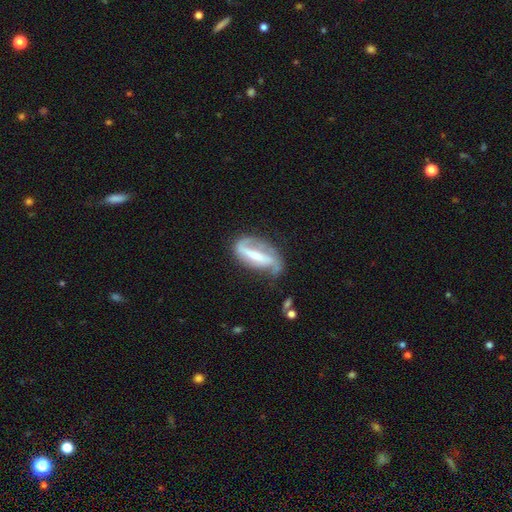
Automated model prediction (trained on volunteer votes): Q: Smooth or featured?
A: featured or disk (72%); runner-up: smooth (22%)
Q: Edge-on disk?
A: no (87%); runner-up: yes (13%)
Q: Bar?
A: strong (64%); runner-up: weak (23%)
Q: Spiral arms?
A: yes (81%); runner-up: no (19%)
Q: Spiral winding?
A: loose (43%); runner-up: medium (35%)
Q: Spiral arm count?
A: 2 (67%); runner-up: 1 (19%)
Q: Bulge size?
A: small (38%); tied with: moderate (38%)
Q: Merging?
A: none (46%); runner-up: minor disturbance (29%)